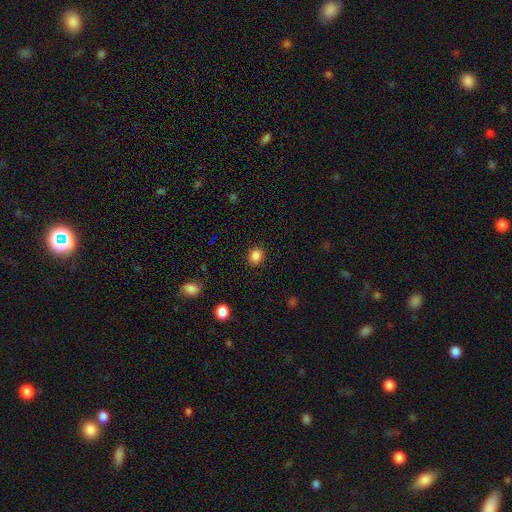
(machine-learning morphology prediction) A smooth galaxy with no disk features (85%) that is round (67%).

Vote fractions:
- Smooth or featured? smooth: 85% / star or artifact: 11% / featured or disk: 4%
- How rounded? round: 67% / in between: 32% / cigar-shaped: 1%
- Merging? none: 90% / minor disturbance: 7% / major disturbance: 2% / merger: 1%